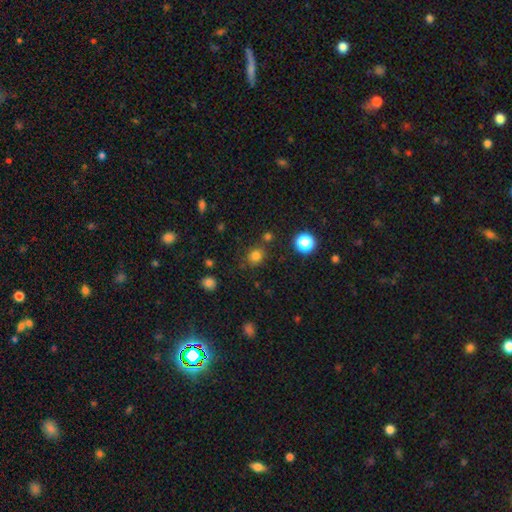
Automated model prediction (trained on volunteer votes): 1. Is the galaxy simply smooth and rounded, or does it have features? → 78% smooth, 17% star or artifact, 5% featured or disk.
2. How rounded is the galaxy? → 72% round, 27% in between, 1% cigar-shaped.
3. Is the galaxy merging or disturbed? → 75% none, 13% minor disturbance, 8% merger, 4% major disturbance.